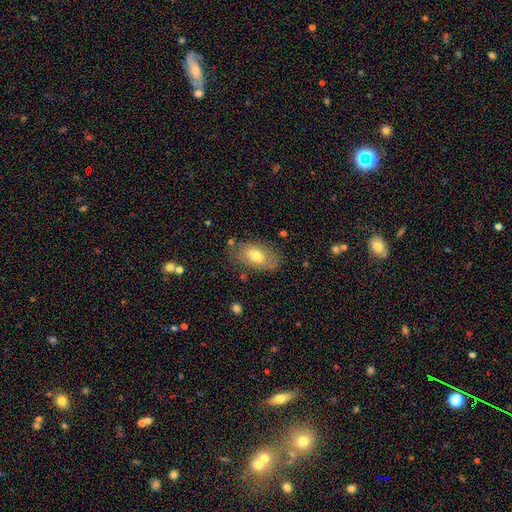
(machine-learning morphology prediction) Smooth or featured? Predicted: smooth (p=0.70). How rounded? Predicted: in between (p=0.92). Merging? Predicted: none (p=0.74).